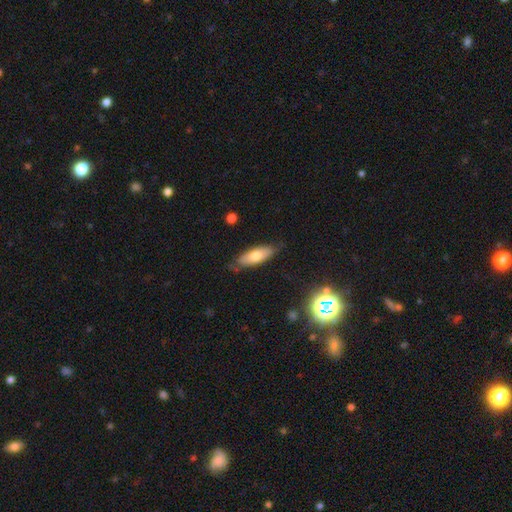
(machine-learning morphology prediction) smooth 66%, featured or disk 27%, star or artifact 7%. Down the decision tree: how rounded — in between (65%); merging — none (76%).